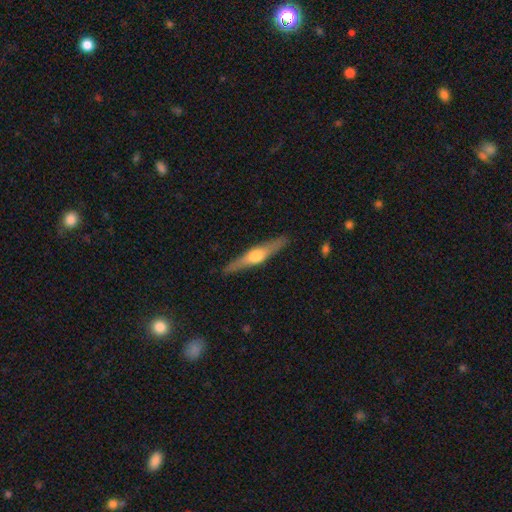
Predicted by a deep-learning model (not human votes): Smooth or featured?
  - featured or disk: 64% *
  - smooth: 31%
  - star or artifact: 5%
Edge-on disk?
  - yes: 95% *
  - no: 5%
Edge-on bulge?
  - rounded: 92% *
  - boxy: 4%
  - none: 4%
Merging?
  - none: 89% *
  - minor disturbance: 8%
  - major disturbance: 2%
  - merger: 1%